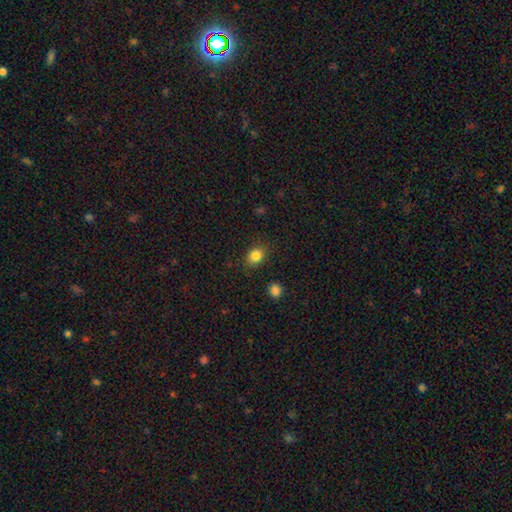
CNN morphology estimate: Smooth or featured?
  - smooth: 84% *
  - star or artifact: 11%
  - featured or disk: 5%
How rounded?
  - round: 52% *
  - in between: 47%
  - cigar-shaped: 1%
Merging?
  - none: 85% *
  - minor disturbance: 10%
  - major disturbance: 3%
  - merger: 2%